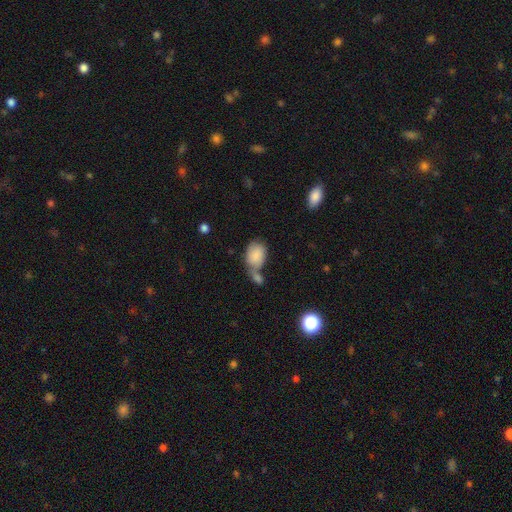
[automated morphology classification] Smooth or featured?
  - smooth: 85% *
  - featured or disk: 8%
  - star or artifact: 7%
How rounded?
  - in between: 79% *
  - round: 19%
  - cigar-shaped: 1%
Merging?
  - merger: 46% *
  - none: 31%
  - minor disturbance: 15%
  - major disturbance: 8%